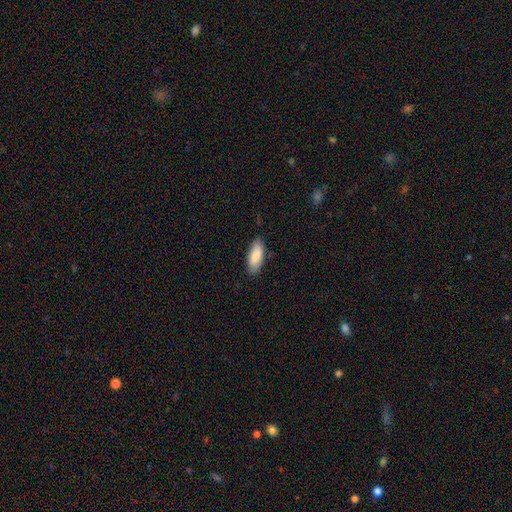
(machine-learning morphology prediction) A smooth galaxy with no disk features (84%) that is in between round and cigar-shaped (78%). Merging: none (84%).